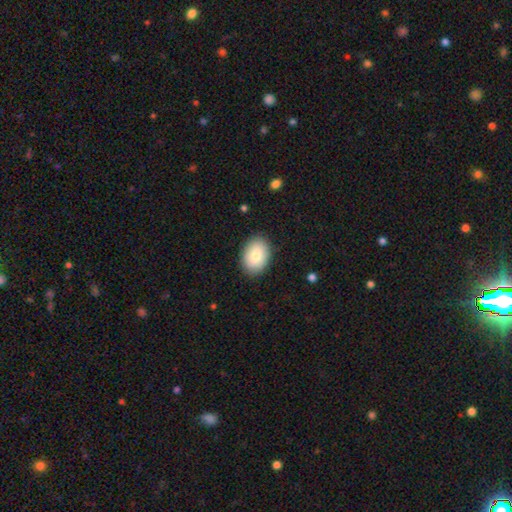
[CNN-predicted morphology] This is likely a smooth galaxy (80%). How rounded: clearly in between (81%). Merging: clearly none (87%).